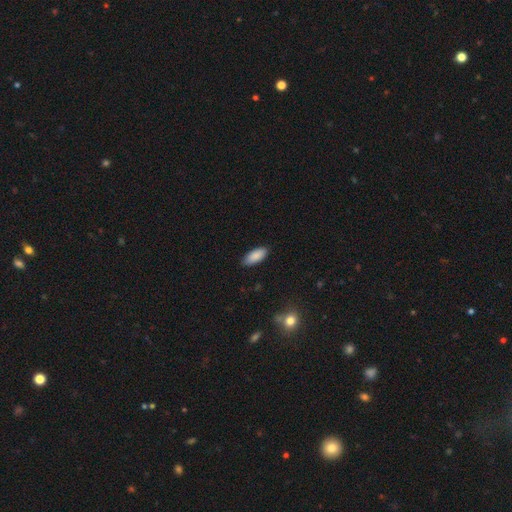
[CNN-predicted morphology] The model was most divided on "how rounded": in between: 85%, cigar-shaped: 13%, round: 2%. More confident: smooth or featured — smooth (89%); merging — none (85%).